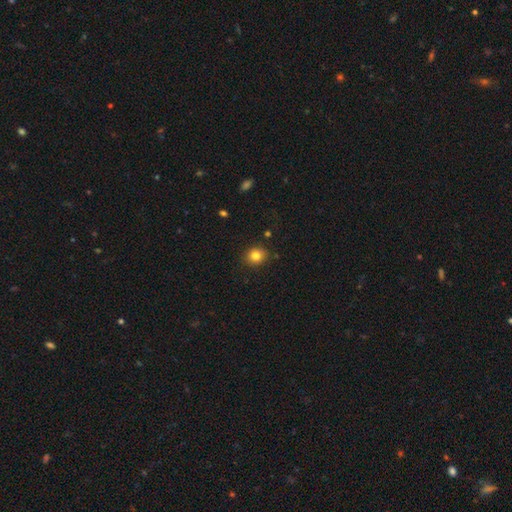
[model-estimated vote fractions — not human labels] Overall: smooth (82%). How rounded: round (75%). Merging: none (89%).